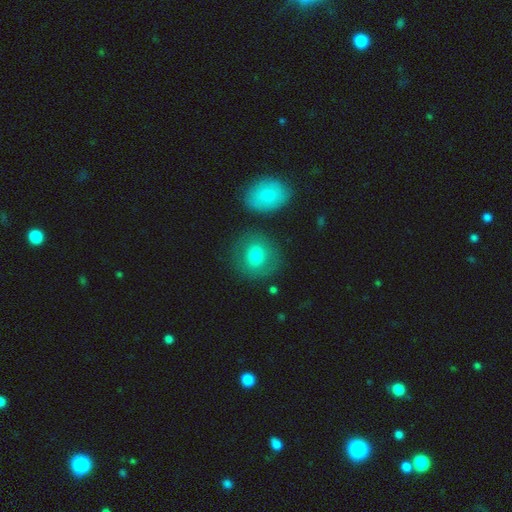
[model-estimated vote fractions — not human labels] Morphology: type=smooth (72%); roundness=round (82%); merging=none (78%).